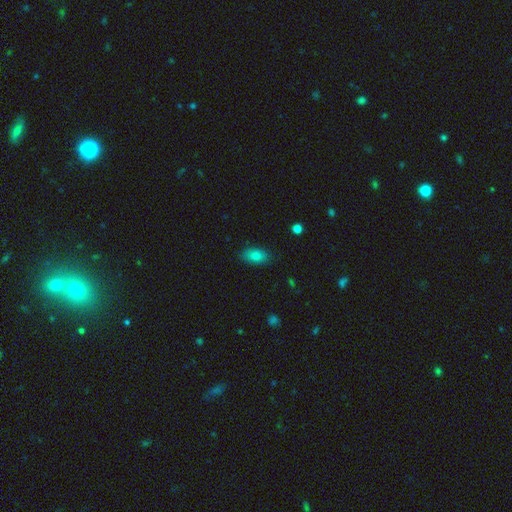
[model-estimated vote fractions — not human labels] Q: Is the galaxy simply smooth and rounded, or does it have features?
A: smooth — 81%.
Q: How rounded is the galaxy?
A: in between — 90%.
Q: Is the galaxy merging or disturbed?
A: none — 85%.